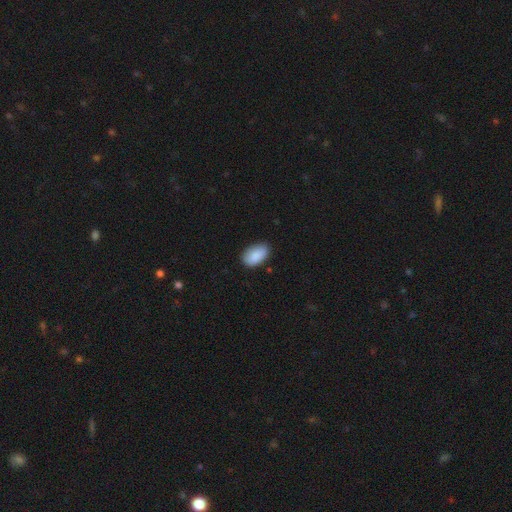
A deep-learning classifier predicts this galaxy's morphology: Smooth or featured?
  - smooth: 88% *
  - star or artifact: 6%
  - featured or disk: 5%
How rounded?
  - in between: 93% *
  - round: 6%
  - cigar-shaped: 1%
Merging?
  - none: 78% *
  - minor disturbance: 18%
  - major disturbance: 3%
  - merger: 1%